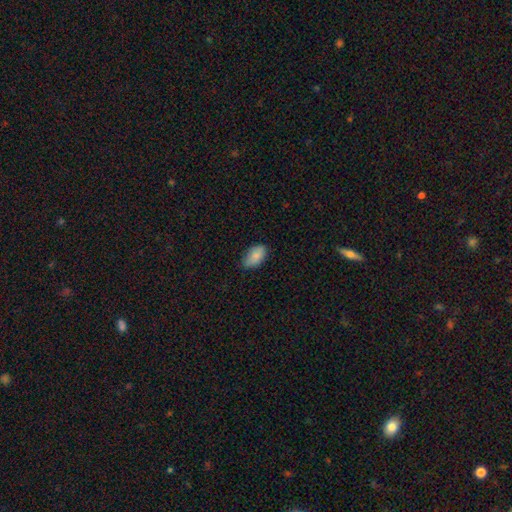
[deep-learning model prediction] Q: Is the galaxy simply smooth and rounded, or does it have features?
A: smooth — 86%.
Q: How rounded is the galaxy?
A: in between — 94%.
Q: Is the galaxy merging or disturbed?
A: none — 73%.